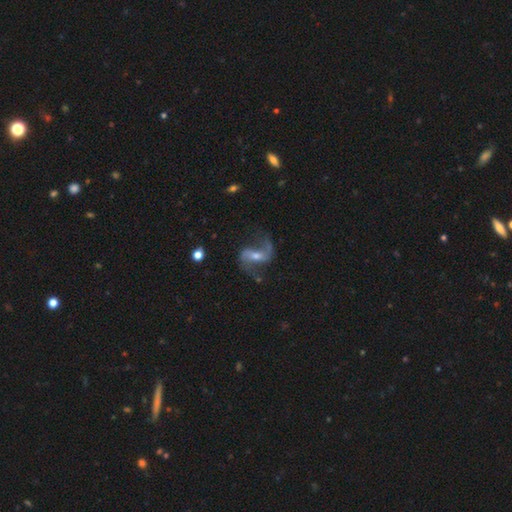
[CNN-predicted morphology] Smooth or featured? Predicted: featured or disk (p=0.87). Edge-on disk? Predicted: no (p=0.96). Bar? Predicted: strong (p=0.40). Spiral arms? Predicted: yes (p=0.96). Spiral winding? Predicted: loose (p=0.66). Spiral arm count? Predicted: 2 (p=0.92). Bulge size? Predicted: small (p=0.46, tied with moderate). Merging? Predicted: none (p=0.71).